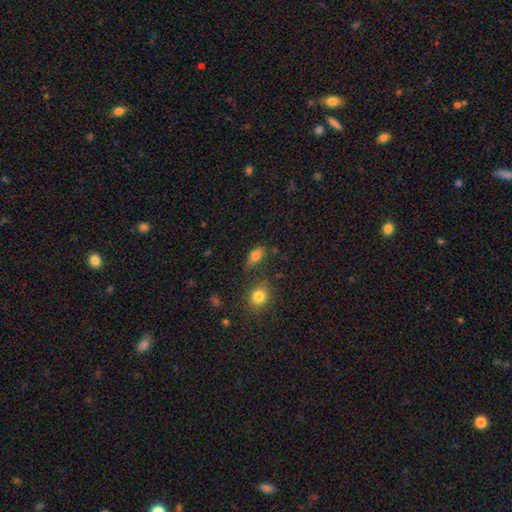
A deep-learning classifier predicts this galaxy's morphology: Smooth or featured? Predicted: smooth (p=0.77). How rounded? Predicted: in between (p=0.79). Merging? Predicted: none (p=0.59).